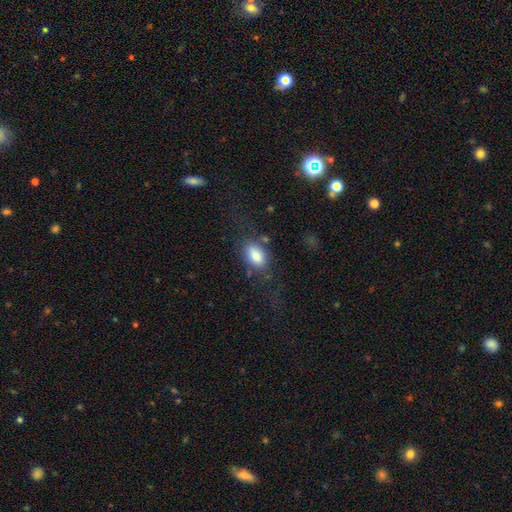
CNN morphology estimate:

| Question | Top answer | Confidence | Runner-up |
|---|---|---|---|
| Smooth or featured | smooth | 81% | featured or disk (11%) |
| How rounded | in between | 87% | round (11%) |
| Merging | none | 62% | minor disturbance (20%) |